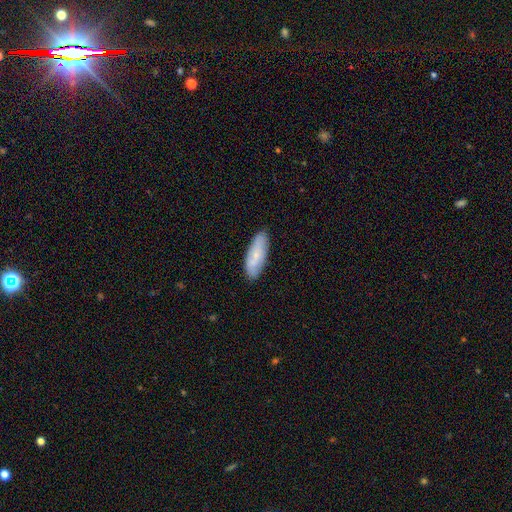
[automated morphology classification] Q: Smooth or featured?
A: smooth (65%); runner-up: featured or disk (29%)
Q: How rounded?
A: in between (64%); runner-up: cigar-shaped (34%)
Q: Merging?
A: none (84%); runner-up: minor disturbance (13%)